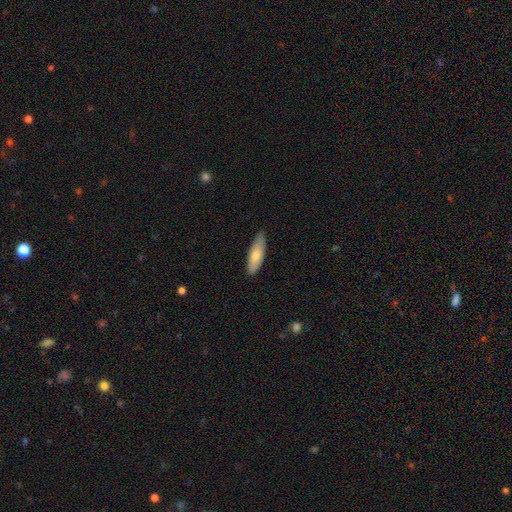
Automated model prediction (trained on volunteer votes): smooth-or-featured: smooth: 71% | featured or disk: 23% | star or artifact: 5%
  how-rounded: in between: 52% | cigar-shaped: 46% | round: 2%
  merging: none: 82% | minor disturbance: 15% | major disturbance: 2% | merger: 1%